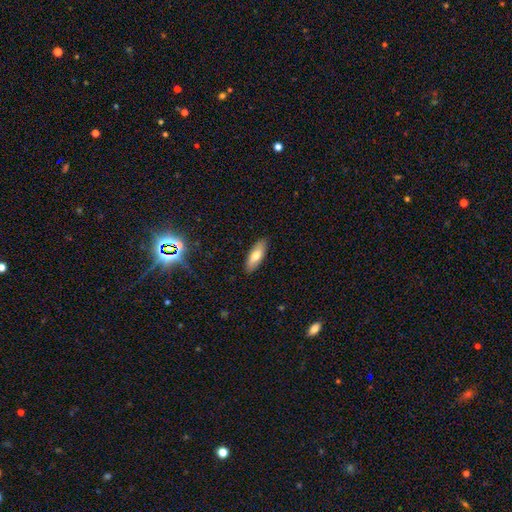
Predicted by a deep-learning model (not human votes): A smooth galaxy with no disk features (71%) that is in between round and cigar-shaped (72%).

Vote fractions:
- Smooth or featured? smooth: 71% / featured or disk: 22% / star or artifact: 7%
- How rounded? in between: 72% / cigar-shaped: 26% / round: 2%
- Merging? none: 88% / minor disturbance: 9% / major disturbance: 2% / merger: 1%